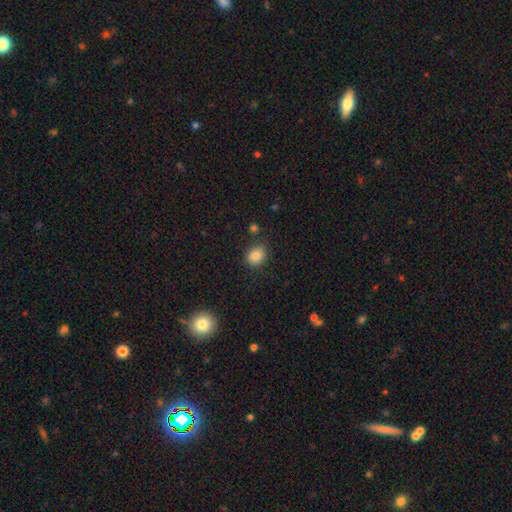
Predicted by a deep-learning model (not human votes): smooth_or_featured: smooth (p=0.83) [alt: star or artifact p=0.11]
how_rounded: round (p=0.56) [alt: in between p=0.43]
merging: none (p=0.80) [alt: minor disturbance p=0.13]